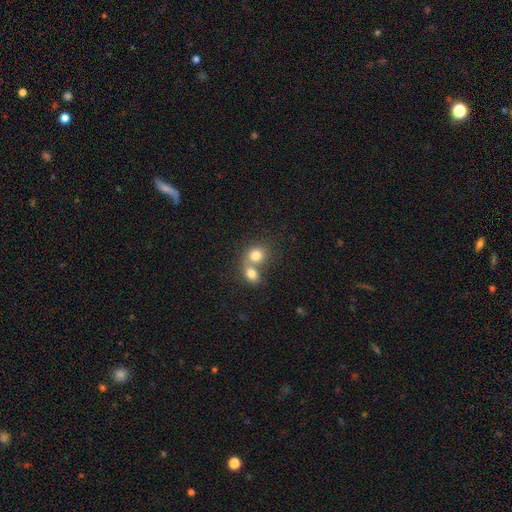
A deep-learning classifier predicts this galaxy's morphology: Smooth or featured: smooth — 79% (featured or disk — 12%)
How rounded: round — 65% (in between — 34%)
Merging: merger — 63% (none — 28%)